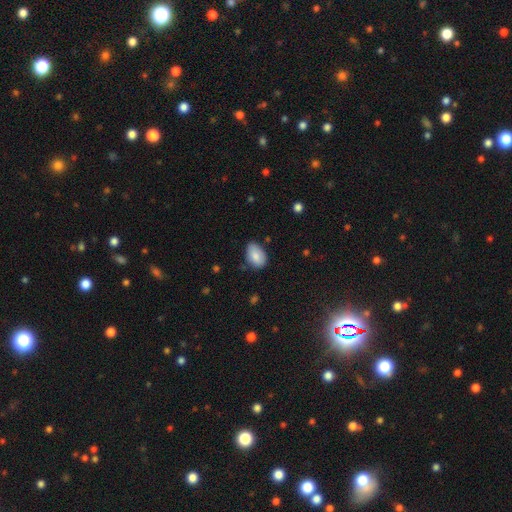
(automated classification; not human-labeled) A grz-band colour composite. It shows a smooth galaxy with no disk features (84%) that is in between round and cigar-shaped (88%). Merging: none (66%).